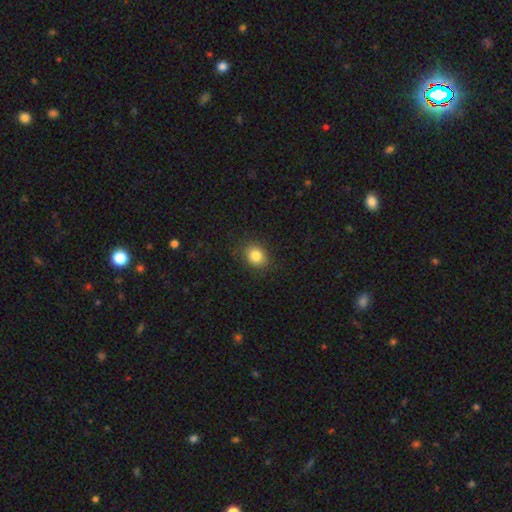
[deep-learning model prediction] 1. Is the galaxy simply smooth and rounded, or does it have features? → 84% smooth, 10% star or artifact, 6% featured or disk.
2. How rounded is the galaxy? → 56% round, 43% in between, 1% cigar-shaped.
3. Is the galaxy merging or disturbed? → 88% none, 9% minor disturbance, 3% major disturbance, 1% merger.